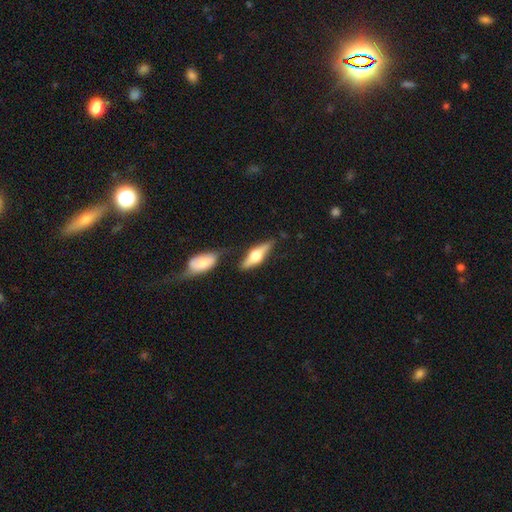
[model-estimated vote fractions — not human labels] smooth-or-featured: featured or disk: 61% | smooth: 34% | star or artifact: 5%
  disk-edge-on: yes: 92% | no: 8%
    edge-on-bulge: rounded: 94% | boxy: 4% | none: 2%
  merging: none: 71% | minor disturbance: 14% | merger: 11% | major disturbance: 4%